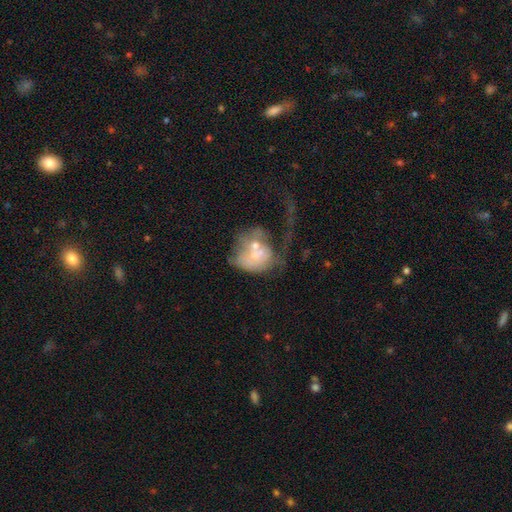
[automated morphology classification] Smooth or featured: featured or disk — 49% (smooth — 41%)
Merging: merger — 44% (major disturbance — 34%)